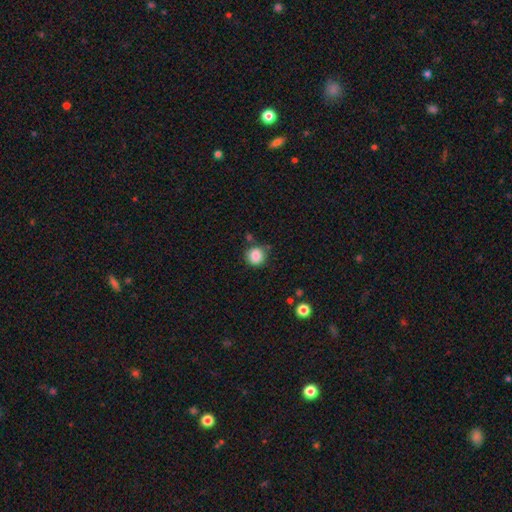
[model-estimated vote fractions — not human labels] Overall: smooth (86%). How rounded: round (89%). Merging: none (74%).